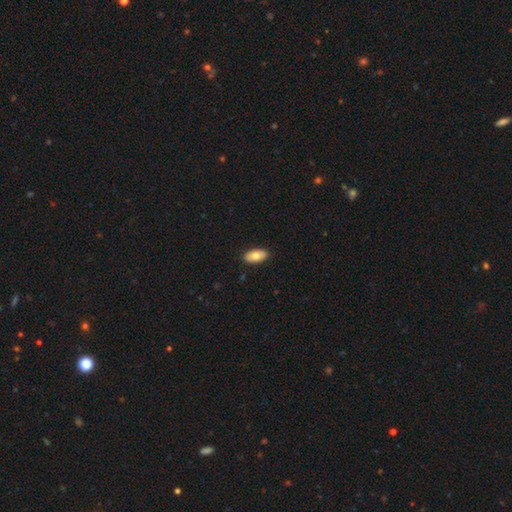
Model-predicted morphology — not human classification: Smooth or featured? smooth (78%)
How rounded? in between (93%)
Merging? none (88%)